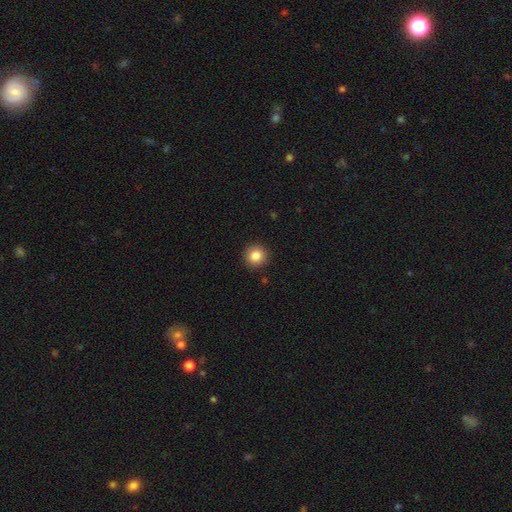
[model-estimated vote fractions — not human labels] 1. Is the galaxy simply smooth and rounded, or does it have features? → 85% smooth, 10% star or artifact, 5% featured or disk.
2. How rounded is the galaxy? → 94% round, 5% in between, 1% cigar-shaped.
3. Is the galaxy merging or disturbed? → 92% none, 6% minor disturbance, 2% major disturbance, 1% merger.